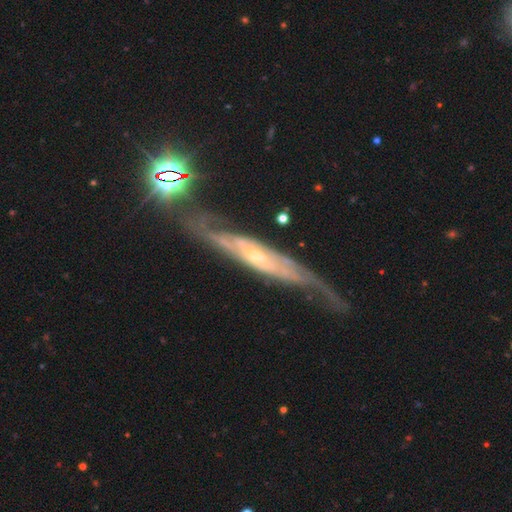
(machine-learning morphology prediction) featured or disk 85%, star or artifact 8%, smooth 7%. Down the decision tree: edge-on disk — no (59%); merging — none (66%).